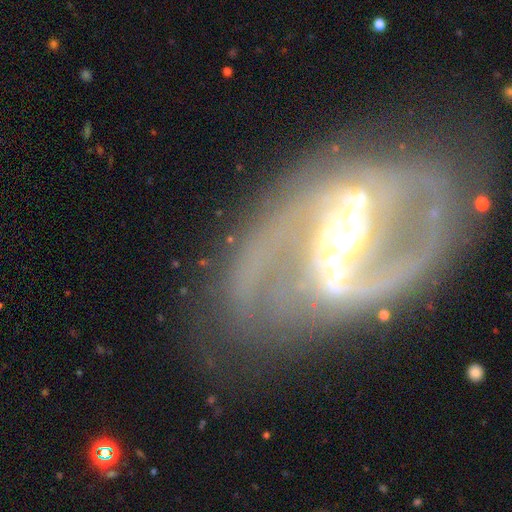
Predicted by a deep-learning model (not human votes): A featured or disk galaxy (78%) with a strong bar (41%), 2 (69%) loose (47%) spiral arms (75%) and a moderate central bulge (58%).

Vote fractions:
- Smooth or featured? featured or disk: 78% / star or artifact: 12% / smooth: 9%
- Edge-on disk? no: 91% / yes: 9%
- Bar? strong: 41% / no: 30% / weak: 29%
- Spiral arms? yes: 75% / no: 25%
- Spiral winding? loose: 47% / medium: 35% / tight: 18%
- Spiral arm count? 2: 69% / can't tell: 12% / 1: 9% / 3: 4% / 4: 3% / more than 4: 3%
- Bulge size? moderate: 58% / small: 21% / large: 13% / none: 4% / dominant: 3%
- Merging? none: 47% / major disturbance: 29% / minor disturbance: 16% / merger: 9%